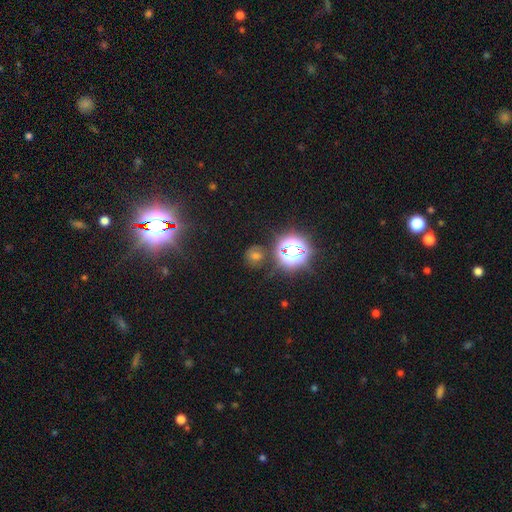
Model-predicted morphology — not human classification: Smooth or featured: star or artifact — 48% (smooth — 41%)